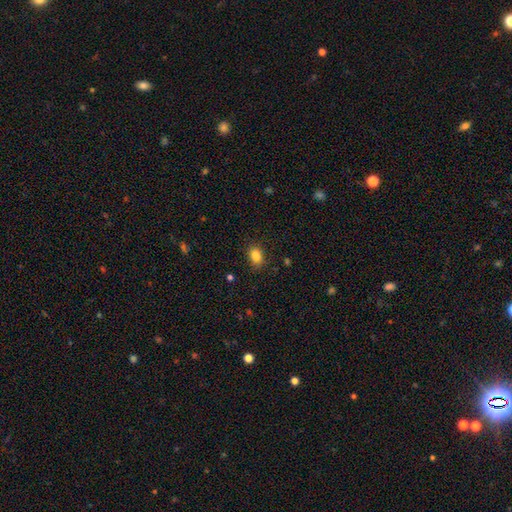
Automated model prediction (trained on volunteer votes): Smooth or featured: smooth — 85% (star or artifact — 10%)
How rounded: in between — 74% (round — 25%)
Merging: none — 85% (minor disturbance — 11%)